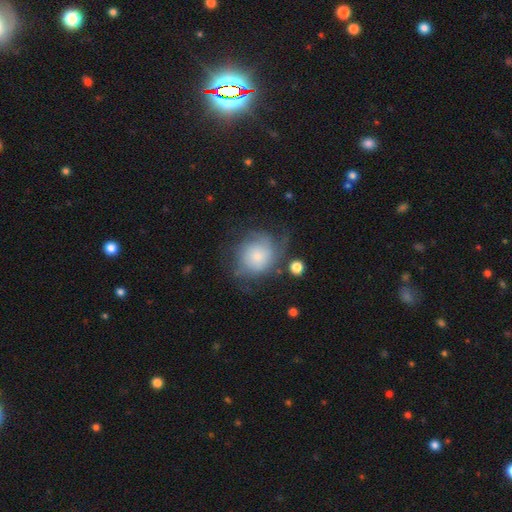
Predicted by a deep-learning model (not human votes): A smooth galaxy with no disk features (47%).

Vote fractions:
- Smooth or featured? smooth: 47% / featured or disk: 44% / star or artifact: 9%
- Merging? none: 52% / minor disturbance: 26% / major disturbance: 19% / merger: 3%